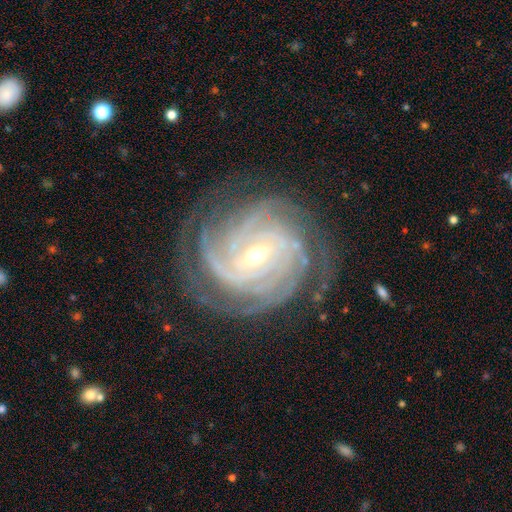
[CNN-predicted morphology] A featured or disk galaxy (92%) with a weak bar (49%), 4 (34%) tight (80%) spiral arms (99%) and a small central bulge (60%).

Vote fractions:
- Smooth or featured? featured or disk: 92% / star or artifact: 5% / smooth: 3%
- Edge-on disk? no: 98% / yes: 2%
- Bar? weak: 49% / strong: 30% / no: 21%
- Spiral arms? yes: 99% / no: 1%
- Spiral winding? tight: 80% / medium: 18% / loose: 2%
- Spiral arm count? 4: 34% / more than 4: 17% / 3: 16% / can't tell: 16% / 2: 9% / 1: 7%
- Bulge size? small: 60% / moderate: 38% / large: 1% / none: 1% / dominant: 1%
- Merging? none: 80% / minor disturbance: 14% / major disturbance: 5% / merger: 1%